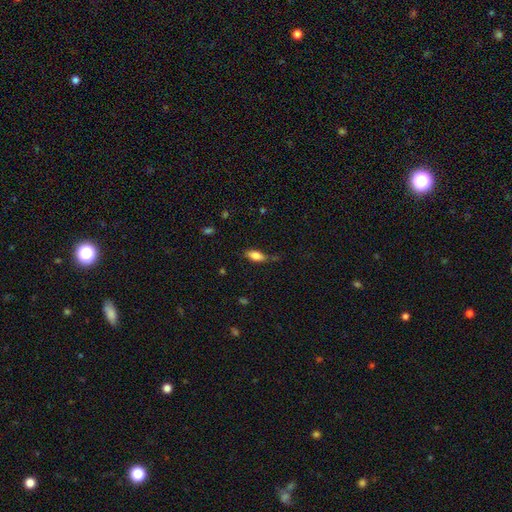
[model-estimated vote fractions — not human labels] This is likely a smooth galaxy (76%). How rounded: clearly in between (80%). Merging: possibly none (57%).